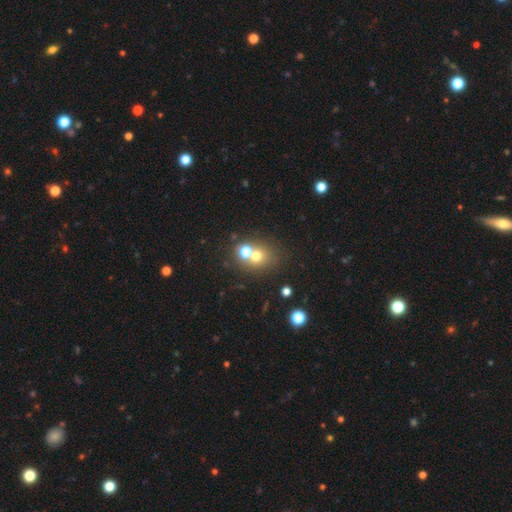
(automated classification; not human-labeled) This appears to be a smooth galaxy with no disk features (65%) that is round (74%). Merging: none (48%).